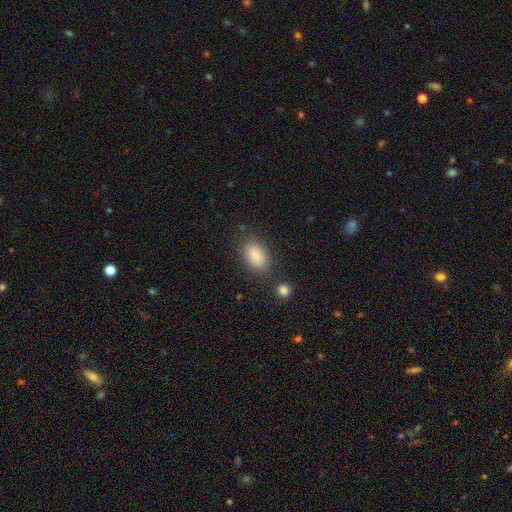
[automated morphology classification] Smooth or featured: smooth — 86% (star or artifact — 8%)
How rounded: in between — 90% (round — 8%)
Merging: none — 77% (minor disturbance — 13%)